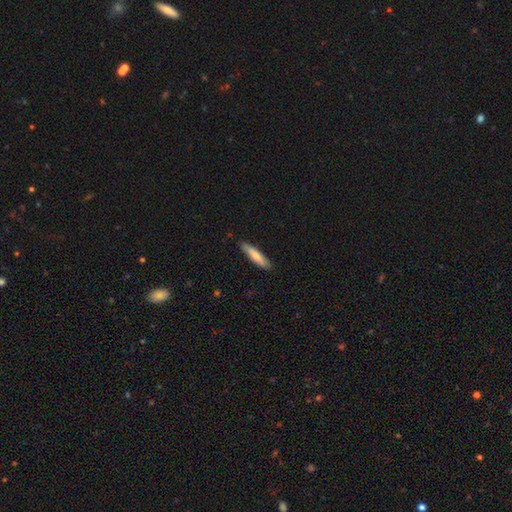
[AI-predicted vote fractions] smooth_or_featured: smooth (p=0.70) [alt: featured or disk p=0.25]
how_rounded: cigar-shaped (p=0.80) [alt: in between p=0.18]
merging: none (p=0.85) [alt: minor disturbance p=0.12]